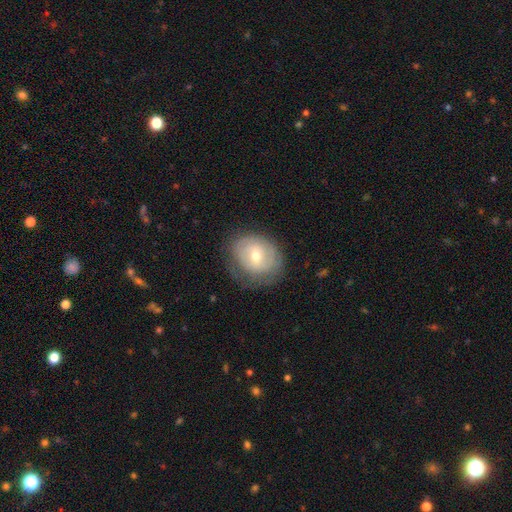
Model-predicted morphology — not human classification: Smooth or featured?
  - featured or disk: 51% *
  - smooth: 42%
  - star or artifact: 7%
Edge-on disk?
  - no: 95% *
  - yes: 5%
Merging?
  - none: 69% *
  - minor disturbance: 22%
  - major disturbance: 8%
  - merger: 1%